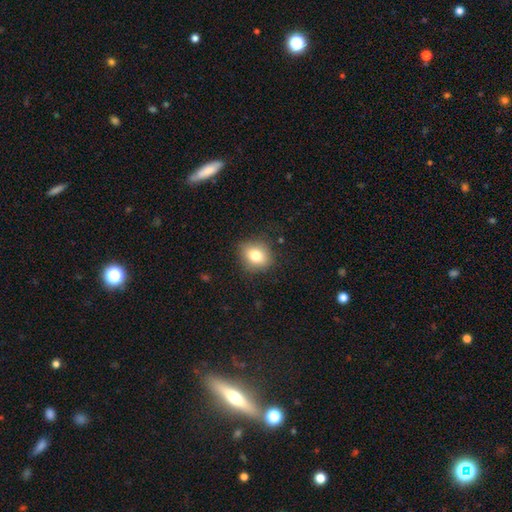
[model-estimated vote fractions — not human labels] Smooth or featured? smooth (79%)
How rounded? round (59%)
Merging? none (80%)